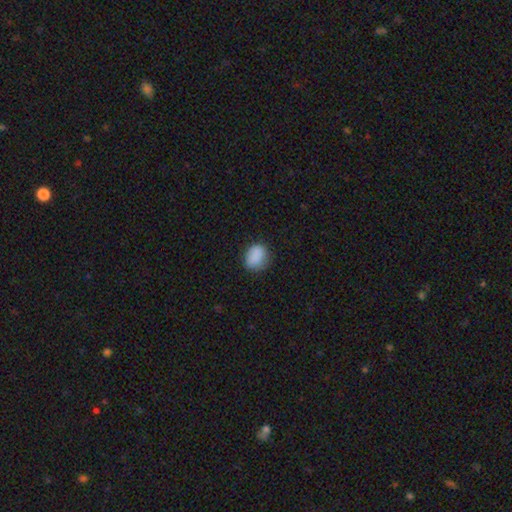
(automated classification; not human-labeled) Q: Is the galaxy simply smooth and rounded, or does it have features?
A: smooth — 87%.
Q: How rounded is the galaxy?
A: in between — 54%.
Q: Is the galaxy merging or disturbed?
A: none — 75%.